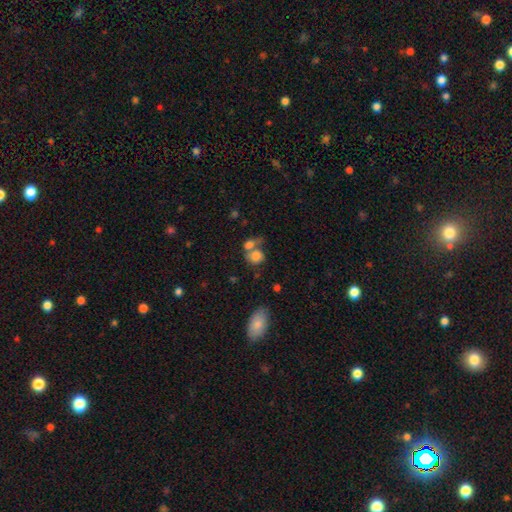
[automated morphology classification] Q: Smooth or featured?
A: smooth (76%); runner-up: featured or disk (14%)
Q: How rounded?
A: round (66%); runner-up: in between (32%)
Q: Merging?
A: merger (51%); runner-up: none (30%)